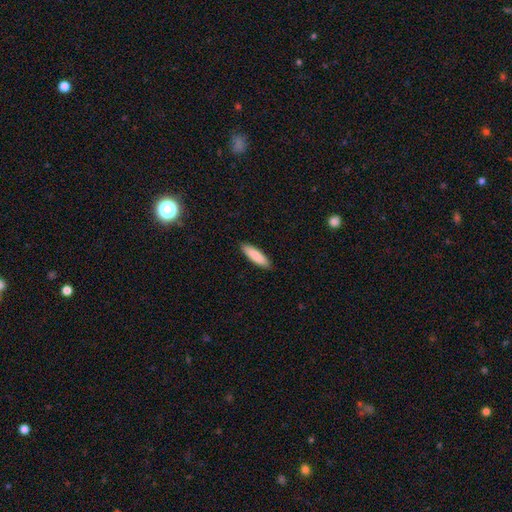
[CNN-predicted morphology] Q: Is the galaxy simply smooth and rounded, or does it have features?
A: smooth — 86%.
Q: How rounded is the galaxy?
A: cigar-shaped — 65%.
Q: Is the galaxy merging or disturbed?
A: none — 90%.